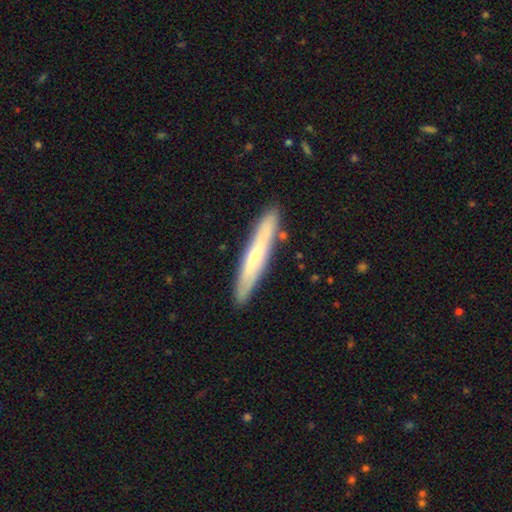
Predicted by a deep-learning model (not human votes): This appears to be a smooth galaxy with no disk features (51%) that is cigar-shaped (93%). Merging: none (88%).